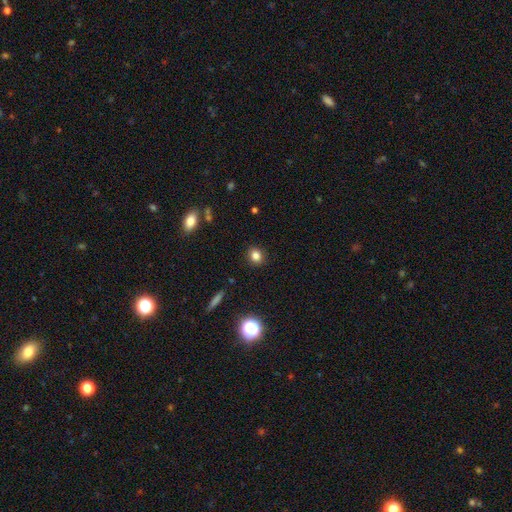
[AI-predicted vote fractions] This is clearly a smooth galaxy (82%). How rounded: likely round (73%). Merging: clearly none (90%).